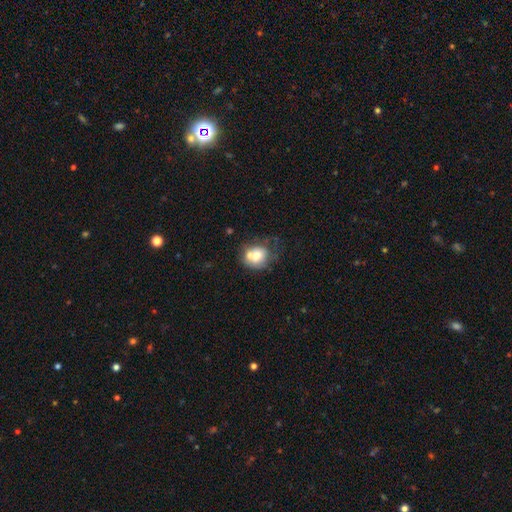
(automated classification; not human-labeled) This is likely a smooth galaxy (67%). How rounded: likely round (64%). Merging: marginally none (40%).